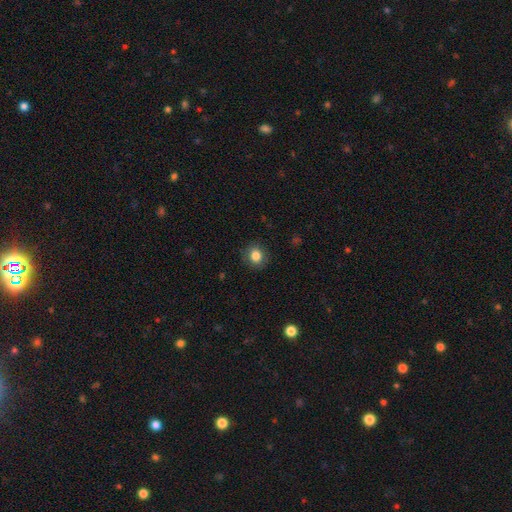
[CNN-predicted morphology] A smooth galaxy with no disk features (84%) that is round (73%).

Vote fractions:
- Smooth or featured? smooth: 84% / star or artifact: 10% / featured or disk: 6%
- How rounded? round: 73% / in between: 26% / cigar-shaped: 1%
- Merging? none: 86% / minor disturbance: 10% / major disturbance: 3% / merger: 1%